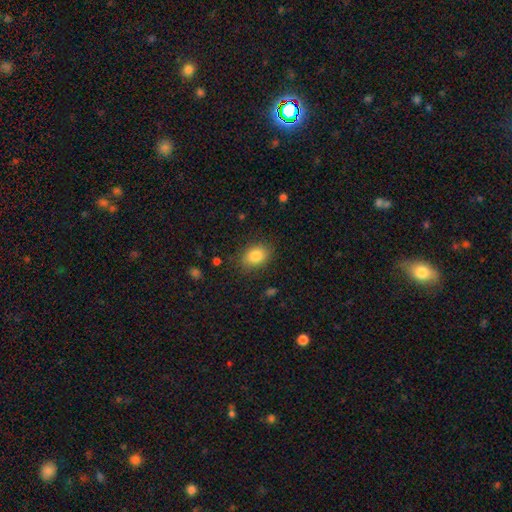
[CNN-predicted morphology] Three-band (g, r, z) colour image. It shows a smooth galaxy with no disk features (85%) that is in between round and cigar-shaped (75%). Merging: none (83%).